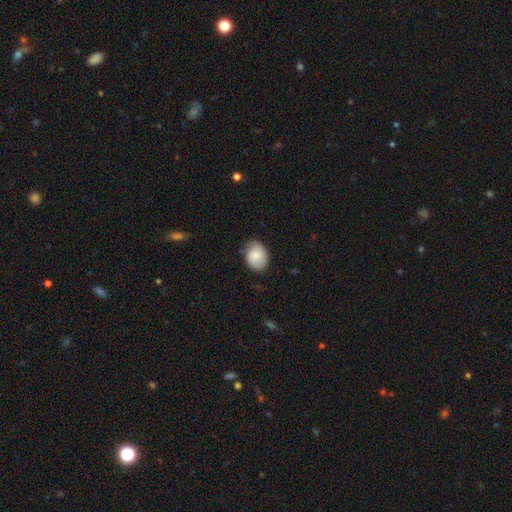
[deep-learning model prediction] Smooth or featured: smooth — 80% (featured or disk — 13%)
How rounded: in between — 59% (round — 40%)
Merging: none — 74% (minor disturbance — 21%)